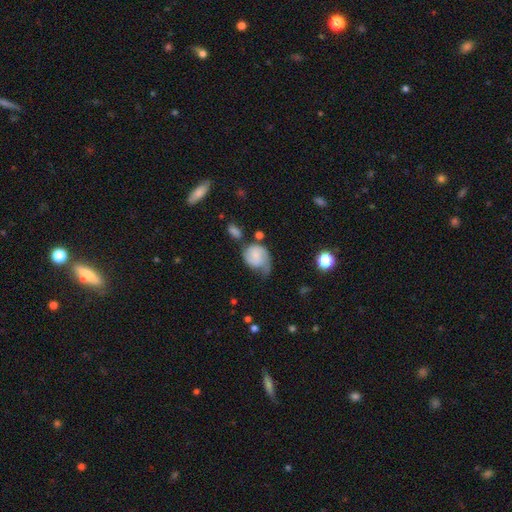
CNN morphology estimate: A smooth galaxy with no disk features (52%) that is round (53%).

Vote fractions:
- Smooth or featured? smooth: 52% / featured or disk: 40% / star or artifact: 8%
- How rounded? round: 53% / in between: 46% / cigar-shaped: 1%
- Merging? minor disturbance: 35% / none: 30% / major disturbance: 26% / merger: 9%